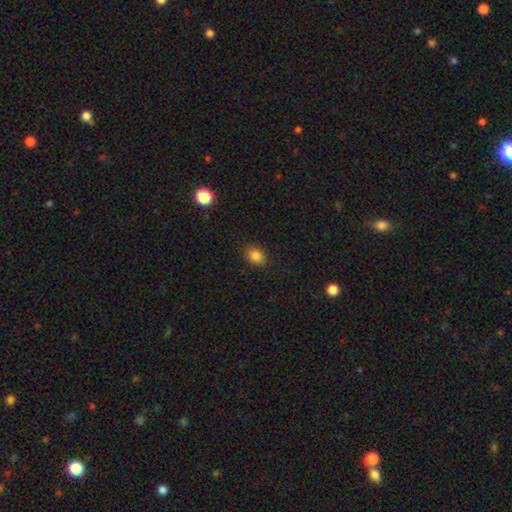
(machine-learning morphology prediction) Smooth or featured: smooth — 84% (star or artifact — 11%)
How rounded: in between — 59% (round — 40%)
Merging: none — 85% (minor disturbance — 11%)